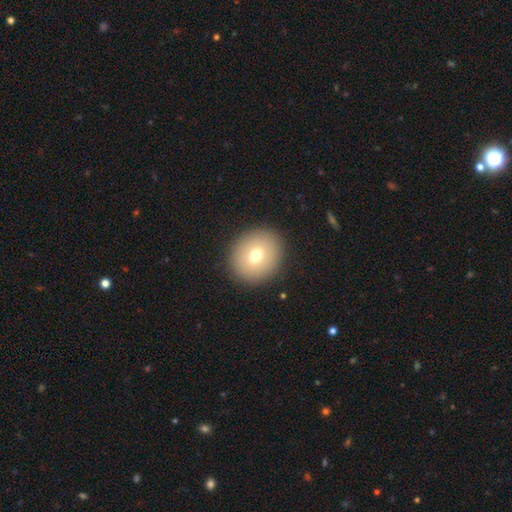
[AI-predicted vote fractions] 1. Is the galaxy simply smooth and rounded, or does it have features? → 69% smooth, 21% featured or disk, 10% star or artifact.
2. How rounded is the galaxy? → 71% round, 29% in between, 1% cigar-shaped.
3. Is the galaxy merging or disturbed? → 89% none, 7% minor disturbance, 3% major disturbance, 1% merger.